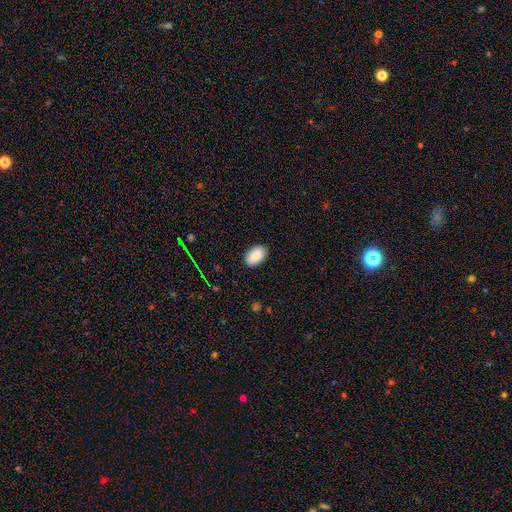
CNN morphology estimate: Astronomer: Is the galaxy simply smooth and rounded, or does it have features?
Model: smooth — 86%.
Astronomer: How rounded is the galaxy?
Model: in between — 93%.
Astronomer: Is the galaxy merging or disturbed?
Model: none — 88%.